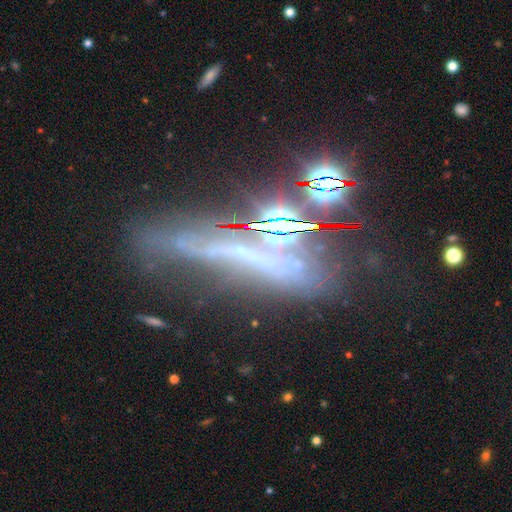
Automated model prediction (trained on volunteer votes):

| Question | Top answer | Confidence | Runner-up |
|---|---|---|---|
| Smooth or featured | featured or disk | 53% | star or artifact (30%) |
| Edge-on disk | yes | 69% | no (31%) |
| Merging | none | 47% | major disturbance (22%) |